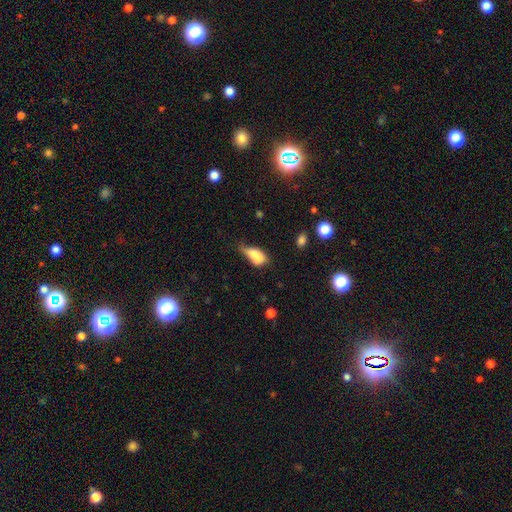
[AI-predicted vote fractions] Smooth or featured?
  - smooth: 73% *
  - featured or disk: 17%
  - star or artifact: 10%
How rounded?
  - in between: 80% *
  - cigar-shaped: 13%
  - round: 7%
Merging?
  - minor disturbance: 37% *
  - none: 23%
  - major disturbance: 22%
  - merger: 18%